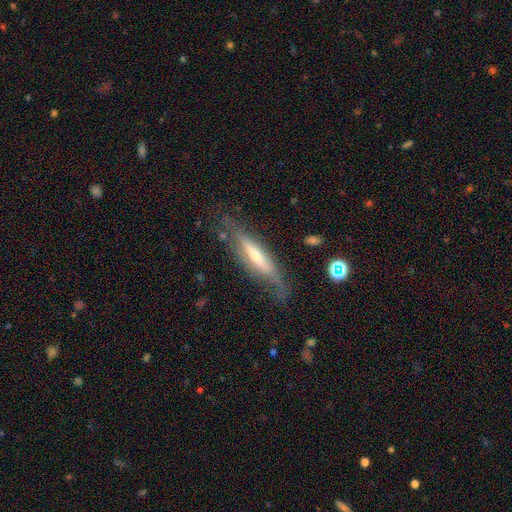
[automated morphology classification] The model was most divided on "smooth or featured": featured or disk: 62%, smooth: 31%, star or artifact: 7%. More confident: edge-on disk — yes (78%); merging — none (62%).